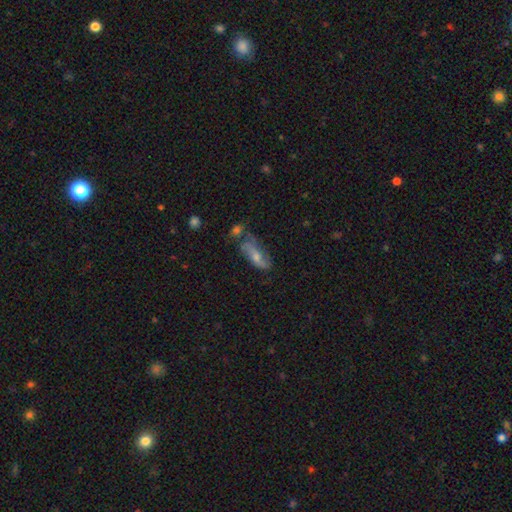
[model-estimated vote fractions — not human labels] Morphology: type=featured or disk (46%); merging=none (48%).